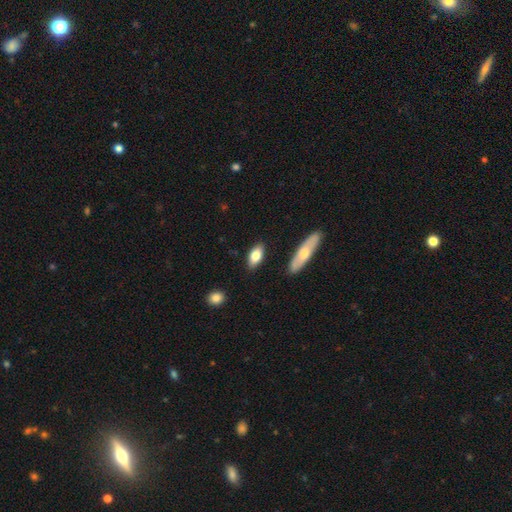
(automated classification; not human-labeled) Smooth or featured? Predicted: smooth (p=0.76). How rounded? Predicted: in between (p=0.85). Merging? Predicted: none (p=0.85).